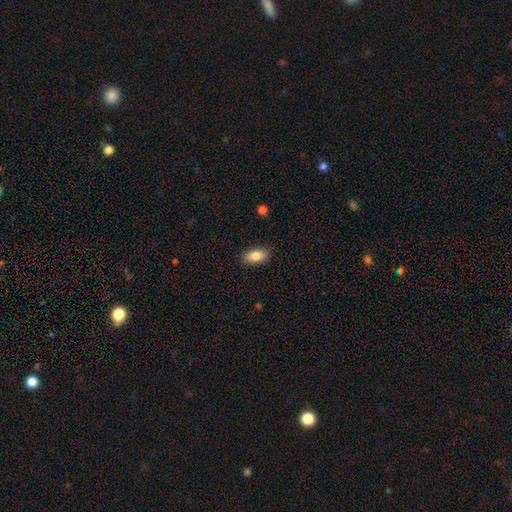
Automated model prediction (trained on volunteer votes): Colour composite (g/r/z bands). It shows a smooth galaxy with no disk features (83%) that is in between round and cigar-shaped (88%). Merging: none (87%).